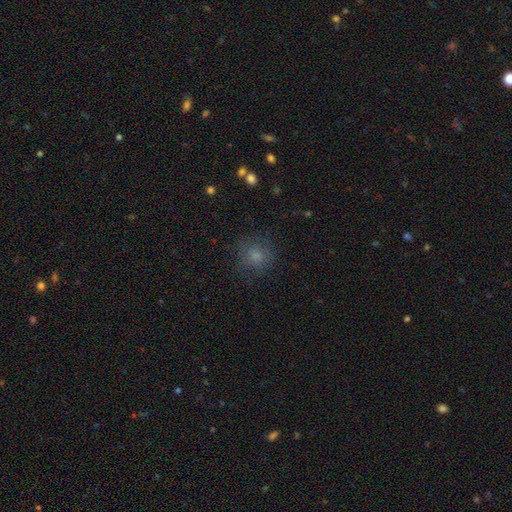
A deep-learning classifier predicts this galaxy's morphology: This appears to be a smooth galaxy with no disk features (76%) that is round (89%). Merging: none (78%).